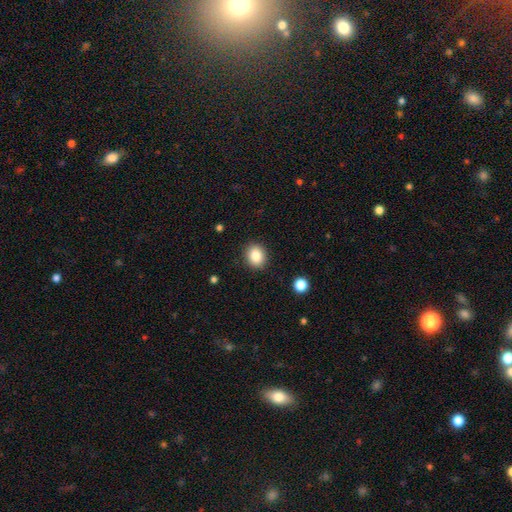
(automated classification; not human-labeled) A smooth galaxy with no disk features (85%) that is round (66%). Merging: none (89%).